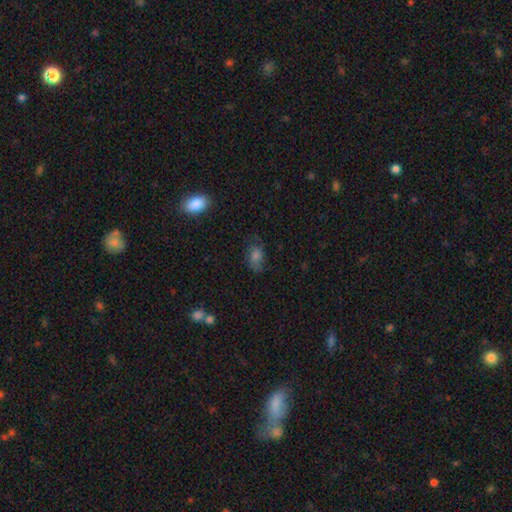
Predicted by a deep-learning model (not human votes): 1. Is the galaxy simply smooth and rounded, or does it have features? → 63% smooth, 21% featured or disk, 17% star or artifact.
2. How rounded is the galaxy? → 81% in between, 16% round, 3% cigar-shaped.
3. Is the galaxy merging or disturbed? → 66% none, 23% minor disturbance, 9% major disturbance, 2% merger.